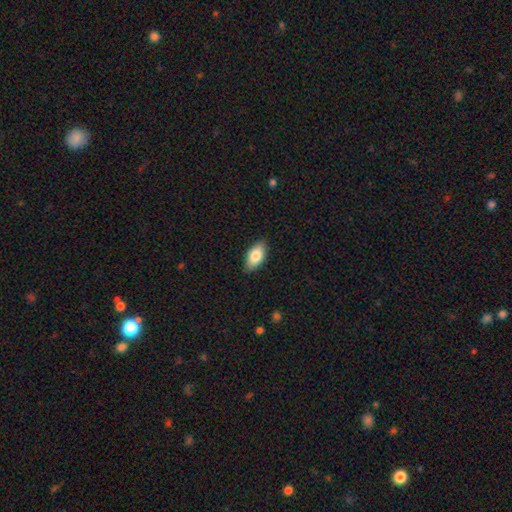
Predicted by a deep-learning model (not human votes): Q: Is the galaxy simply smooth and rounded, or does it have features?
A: smooth — 81%.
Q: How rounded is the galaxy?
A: in between — 92%.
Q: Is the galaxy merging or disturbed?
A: none — 86%.